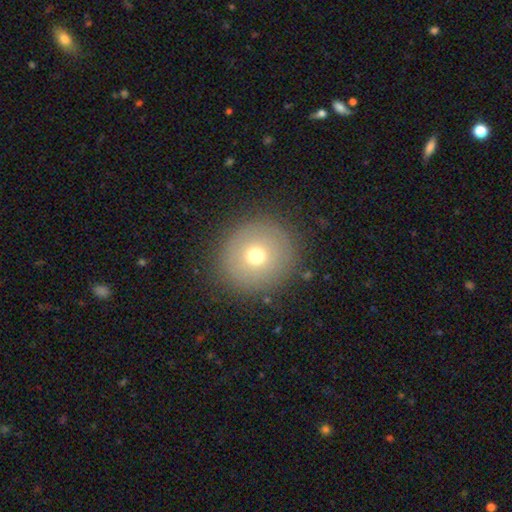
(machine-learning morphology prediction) smooth_or_featured: smooth (p=0.67) [alt: featured or disk p=0.19]
how_rounded: round (p=0.94) [alt: in between p=0.05]
merging: none (p=0.87) [alt: minor disturbance p=0.08]